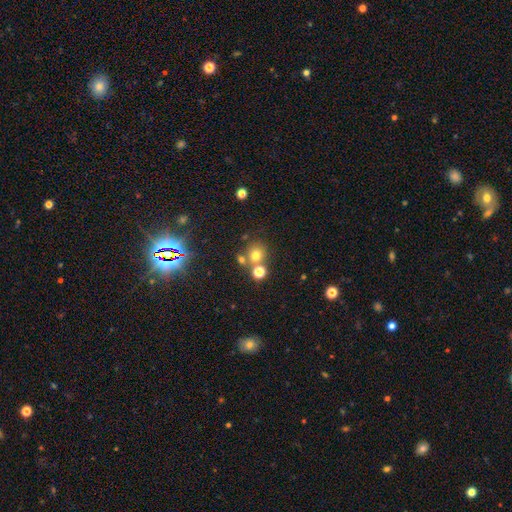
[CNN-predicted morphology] smooth-or-featured: smooth: 69% | star or artifact: 21% | featured or disk: 10%
  how-rounded: round: 85% | in between: 14% | cigar-shaped: 1%
  merging: none: 63% | merger: 24% | minor disturbance: 9% | major disturbance: 4%